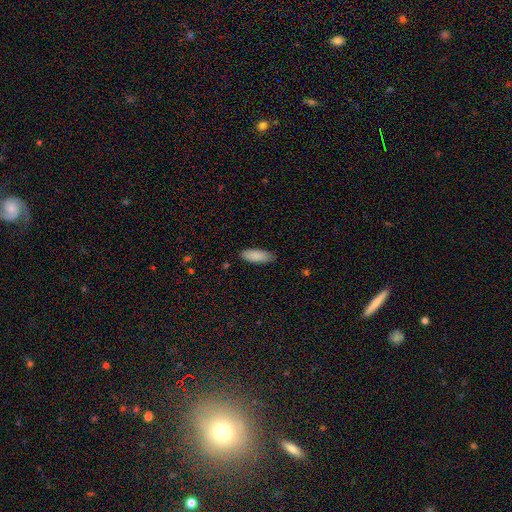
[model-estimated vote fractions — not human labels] smooth-or-featured: smooth: 89% | star or artifact: 6% | featured or disk: 5%
  how-rounded: in between: 71% | cigar-shaped: 28% | round: 2%
  merging: none: 86% | minor disturbance: 11% | major disturbance: 2% | merger: 1%